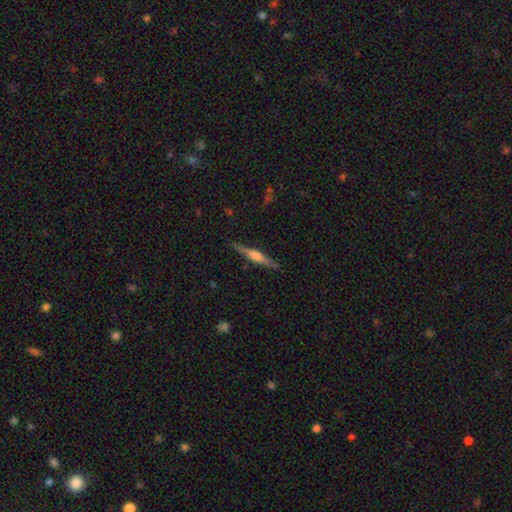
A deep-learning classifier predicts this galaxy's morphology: Smooth or featured: featured or disk — 66% (smooth — 28%)
Edge-on disk: yes — 97% (no — 3%)
Edge-on bulge: rounded — 65% (boxy — 25%)
Merging: none — 89% (minor disturbance — 9%)